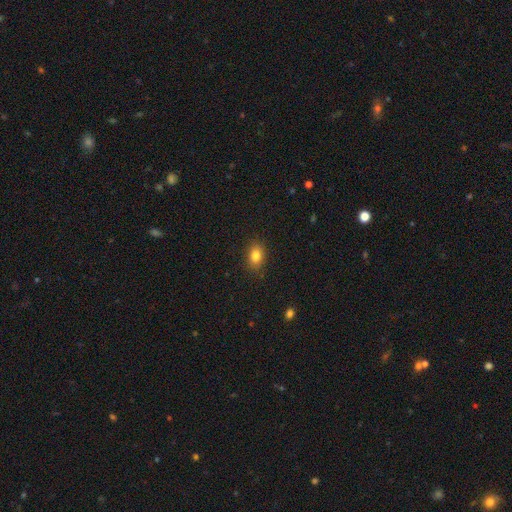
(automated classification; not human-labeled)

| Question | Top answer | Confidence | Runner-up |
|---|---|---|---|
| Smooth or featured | smooth | 83% | star or artifact (10%) |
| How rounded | in between | 74% | round (25%) |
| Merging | none | 86% | minor disturbance (10%) |